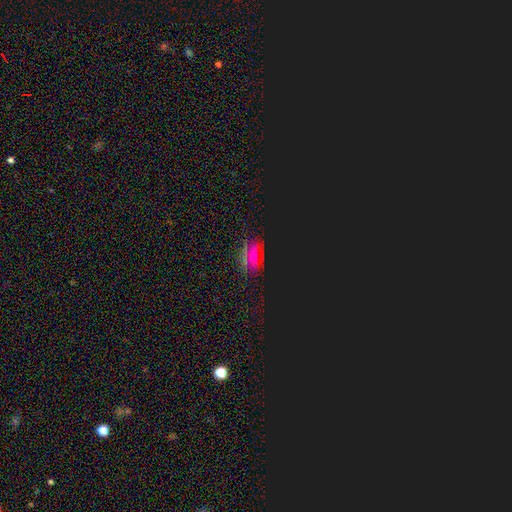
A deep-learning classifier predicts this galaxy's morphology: Smooth or featured: star or artifact — 58% (smooth — 28%)